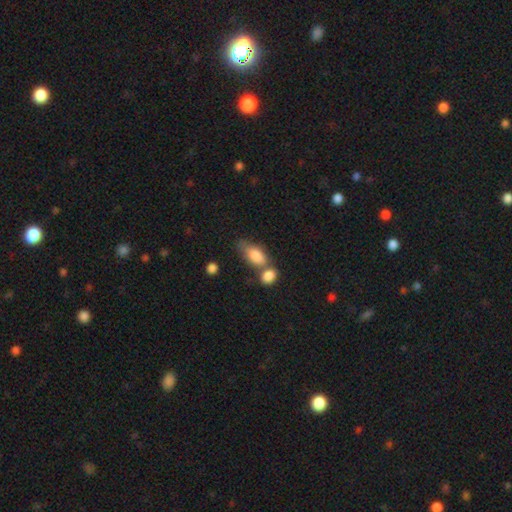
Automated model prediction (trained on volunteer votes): smooth 82%, featured or disk 11%, star or artifact 7%. Down the decision tree: how rounded — in between (90%); merging — merger (45%).